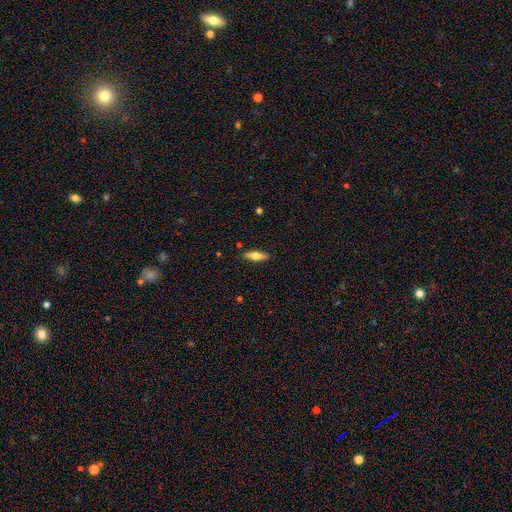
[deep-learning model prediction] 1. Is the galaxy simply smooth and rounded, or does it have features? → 56% smooth, 38% featured or disk, 6% star or artifact.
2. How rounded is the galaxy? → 57% cigar-shaped, 41% in between, 2% round.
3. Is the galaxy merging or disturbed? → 88% none, 9% minor disturbance, 2% major disturbance, 1% merger.